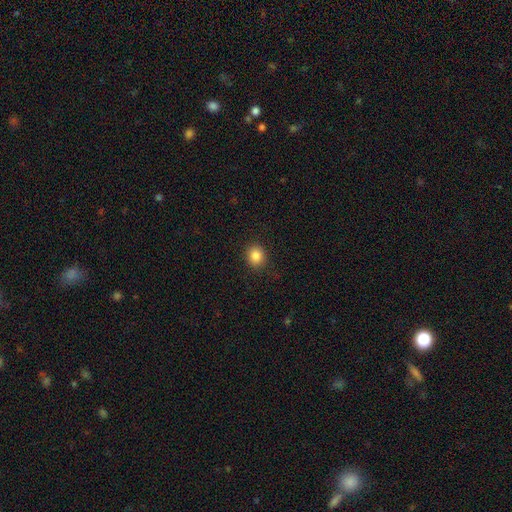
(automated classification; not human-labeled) Overall: smooth (85%). How rounded: round (76%). Merging: none (89%).